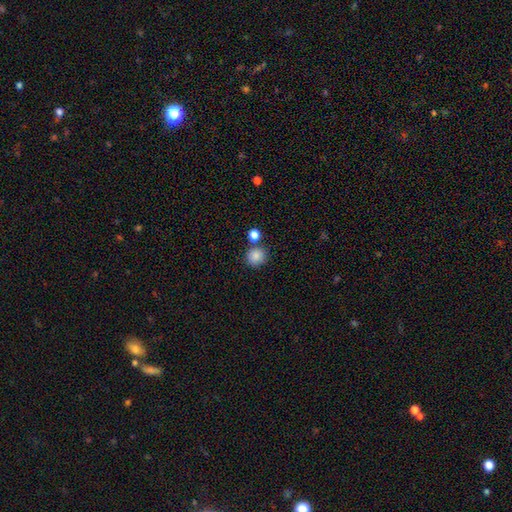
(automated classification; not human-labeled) The model was most divided on "merging": none: 76%, merger: 12%, minor disturbance: 9%, major disturbance: 3%. More confident: how rounded — round (90%); smooth or featured — smooth (85%).